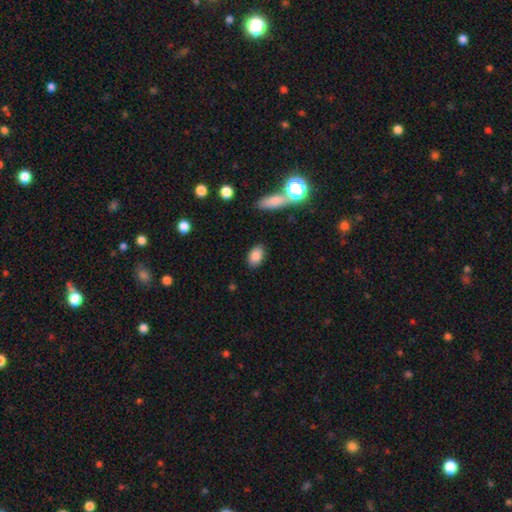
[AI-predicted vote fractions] smooth-or-featured: smooth: 86% | star or artifact: 8% | featured or disk: 6%
  how-rounded: in between: 89% | round: 10% | cigar-shaped: 2%
  merging: none: 85% | minor disturbance: 10% | major disturbance: 3% | merger: 2%